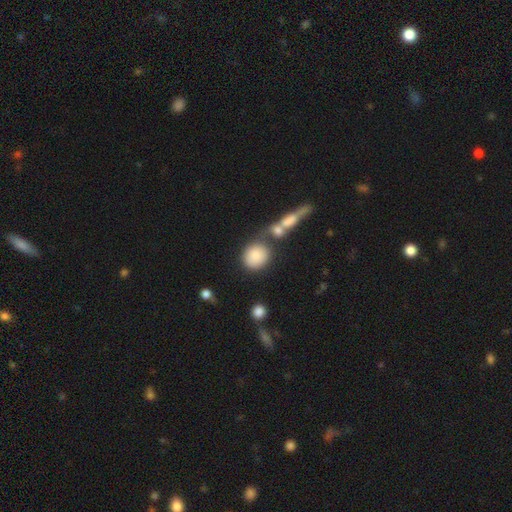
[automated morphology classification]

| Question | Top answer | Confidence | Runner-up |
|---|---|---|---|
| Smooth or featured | smooth | 85% | featured or disk (8%) |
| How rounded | round | 75% | in between (23%) |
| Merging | none | 52% | merger (26%) |